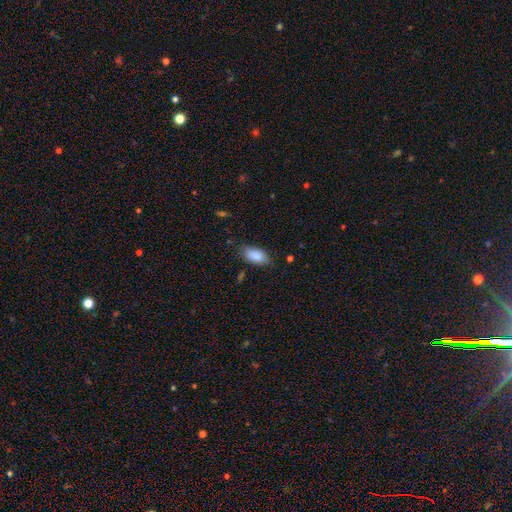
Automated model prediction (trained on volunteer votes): Q: Smooth or featured?
A: smooth (87%); runner-up: star or artifact (7%)
Q: How rounded?
A: in between (93%); runner-up: cigar-shaped (4%)
Q: Merging?
A: none (75%); runner-up: minor disturbance (19%)